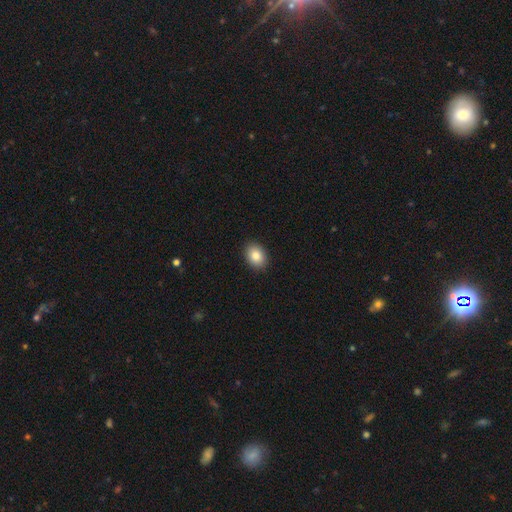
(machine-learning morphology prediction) Q: Smooth or featured?
A: smooth (85%); runner-up: star or artifact (8%)
Q: How rounded?
A: in between (63%); runner-up: round (36%)
Q: Merging?
A: none (91%); runner-up: minor disturbance (7%)